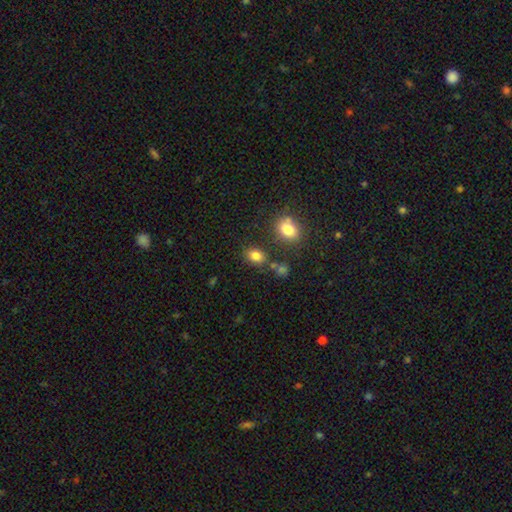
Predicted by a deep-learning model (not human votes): Smooth or featured: smooth — 82% (star or artifact — 12%)
How rounded: in between — 67% (round — 31%)
Merging: none — 74% (minor disturbance — 13%)